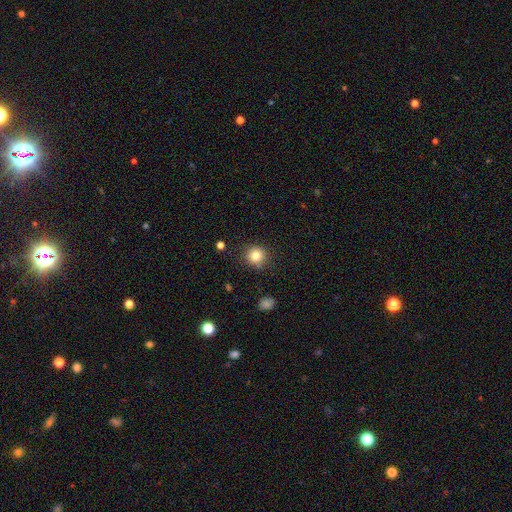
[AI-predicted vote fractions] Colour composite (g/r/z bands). It shows a smooth galaxy with no disk features (82%) that is round (91%). Merging: none (86%).